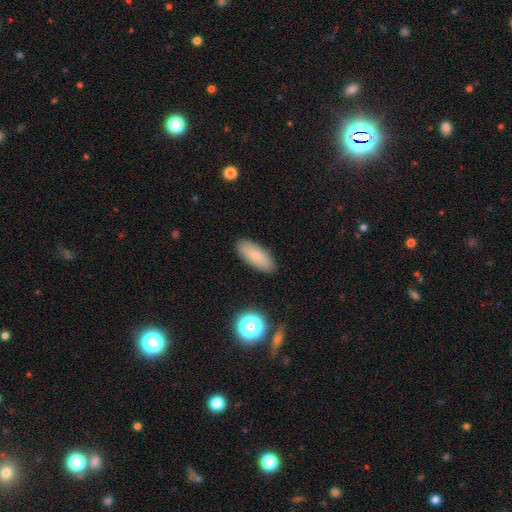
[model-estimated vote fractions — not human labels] smooth_or_featured: smooth (p=0.79) [alt: featured or disk p=0.13]
how_rounded: in between (p=0.75) [alt: cigar-shaped p=0.22]
merging: none (p=0.88) [alt: minor disturbance p=0.08]